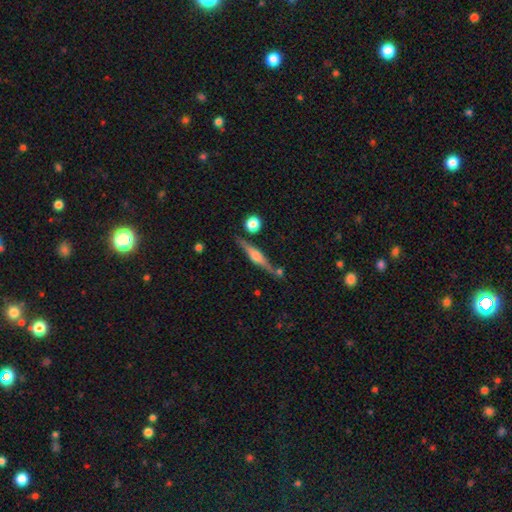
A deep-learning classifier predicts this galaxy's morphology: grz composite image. It shows a featured or disk galaxy (76%) viewed edge-on (97%) with a rounded central bulge (82%). Merging: none (80%).